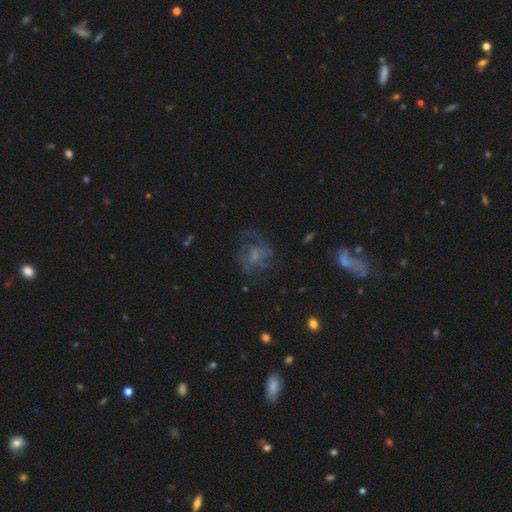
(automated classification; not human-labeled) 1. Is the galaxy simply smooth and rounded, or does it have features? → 57% featured or disk, 27% smooth, 16% star or artifact.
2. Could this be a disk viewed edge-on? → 97% no, 3% yes.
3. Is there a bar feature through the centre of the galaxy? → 62% no, 32% weak, 6% strong.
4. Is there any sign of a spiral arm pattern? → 68% yes, 32% no.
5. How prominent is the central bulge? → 43% small, 29% none, 22% moderate, 4% large, 1% dominant.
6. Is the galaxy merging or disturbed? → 51% none, 28% major disturbance, 19% minor disturbance, 3% merger.